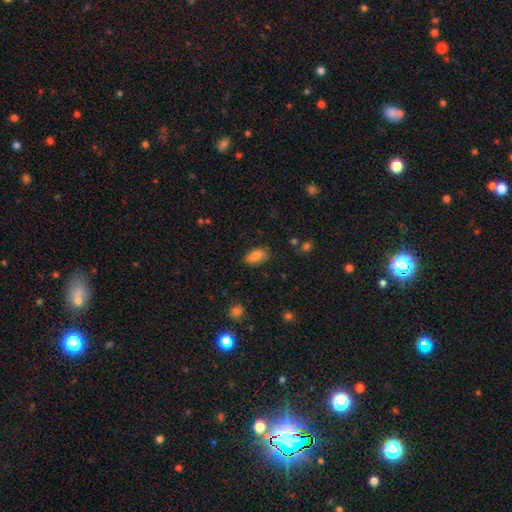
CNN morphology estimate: Smooth or featured?
  - smooth: 84% *
  - featured or disk: 9%
  - star or artifact: 7%
How rounded?
  - in between: 93% *
  - round: 5%
  - cigar-shaped: 2%
Merging?
  - none: 80% *
  - minor disturbance: 16%
  - major disturbance: 3%
  - merger: 1%